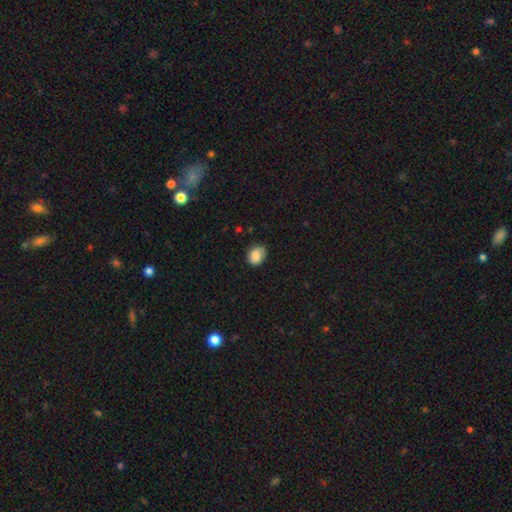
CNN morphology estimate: smooth 83%, featured or disk 9%, star or artifact 8%. Down the decision tree: how rounded — in between (50%); merging — none (70%).